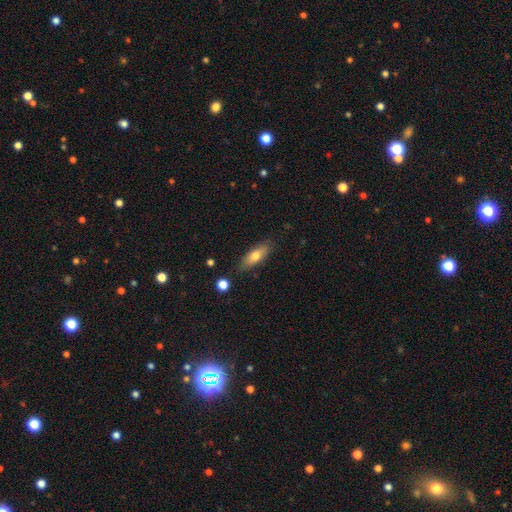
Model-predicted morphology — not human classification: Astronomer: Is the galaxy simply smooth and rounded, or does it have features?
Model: smooth — 70%.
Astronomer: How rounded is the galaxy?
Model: in between — 63%.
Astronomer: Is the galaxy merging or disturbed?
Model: none — 81%.